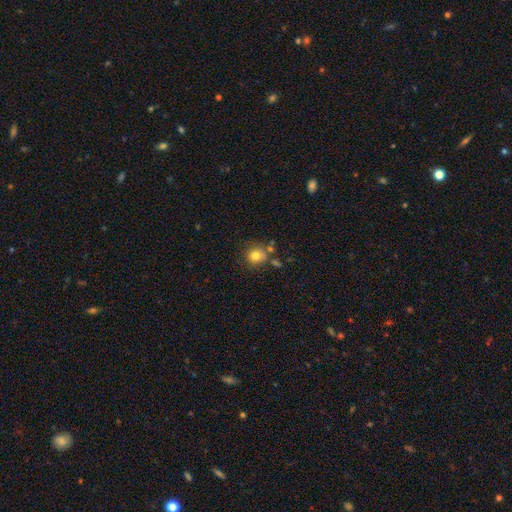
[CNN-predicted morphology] Smooth or featured? Predicted: smooth (p=0.79). How rounded? Predicted: round (p=0.86). Merging? Predicted: none (p=0.65).